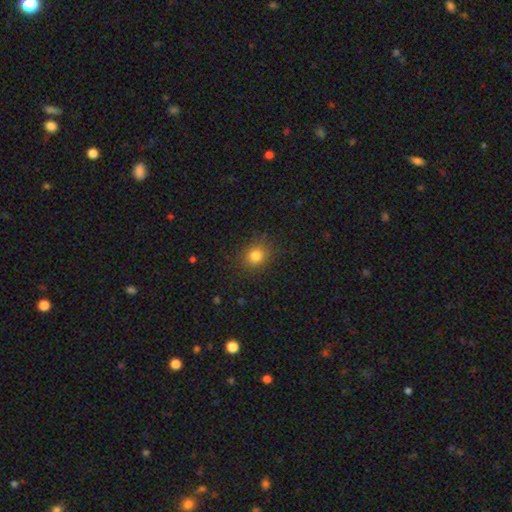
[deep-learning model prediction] Smooth or featured: smooth — 81% (star or artifact — 13%)
How rounded: round — 77% (in between — 22%)
Merging: none — 87% (minor disturbance — 9%)